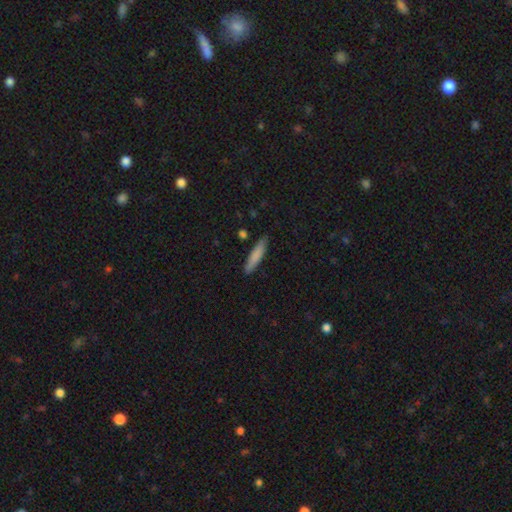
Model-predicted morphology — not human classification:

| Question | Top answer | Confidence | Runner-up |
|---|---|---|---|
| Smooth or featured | smooth | 81% | featured or disk (13%) |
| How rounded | cigar-shaped | 86% | in between (12%) |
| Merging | none | 86% | minor disturbance (10%) |